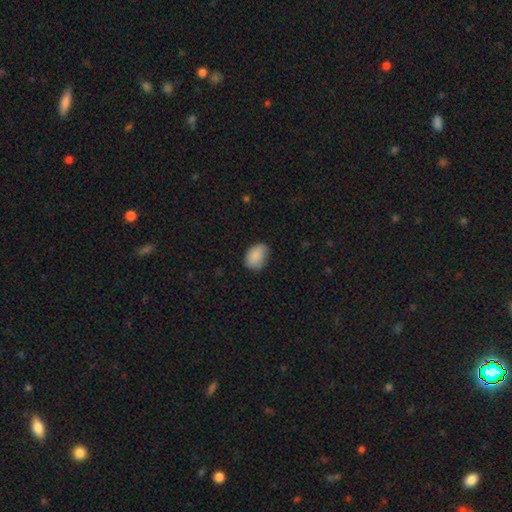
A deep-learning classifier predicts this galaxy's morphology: Overall: smooth (87%). How rounded: in between (80%). Merging: none (70%).